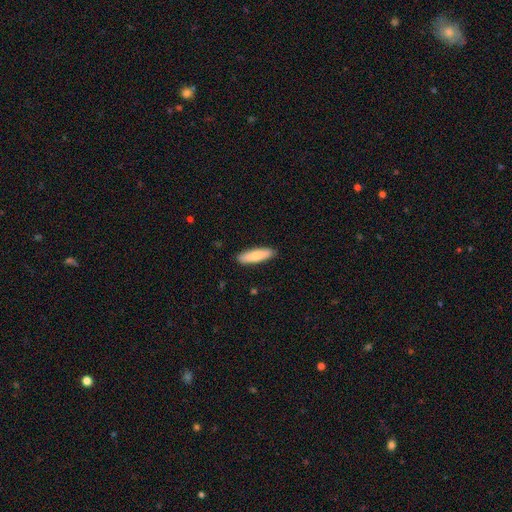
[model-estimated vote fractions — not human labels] This is likely a smooth galaxy (79%). How rounded: likely cigar-shaped (63%). Merging: clearly none (89%).